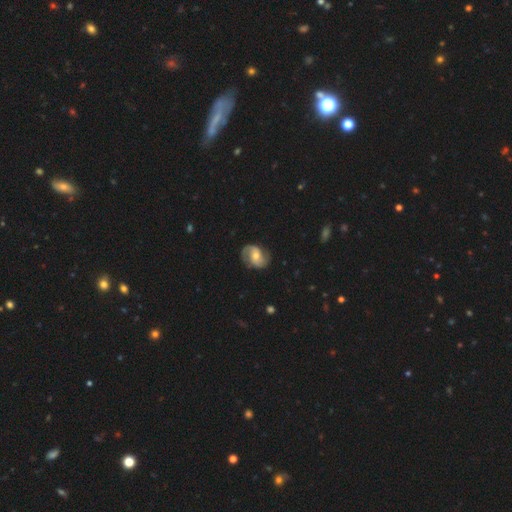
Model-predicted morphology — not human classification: Smooth or featured? Predicted: featured or disk (p=0.81). Edge-on disk? Predicted: no (p=0.98). Bar? Predicted: no (p=0.50). Spiral arms? Predicted: yes (p=0.95). Spiral winding? Predicted: medium (p=0.49). Spiral arm count? Predicted: 2 (p=0.89). Bulge size? Predicted: moderate (p=0.58). Merging? Predicted: none (p=0.78).